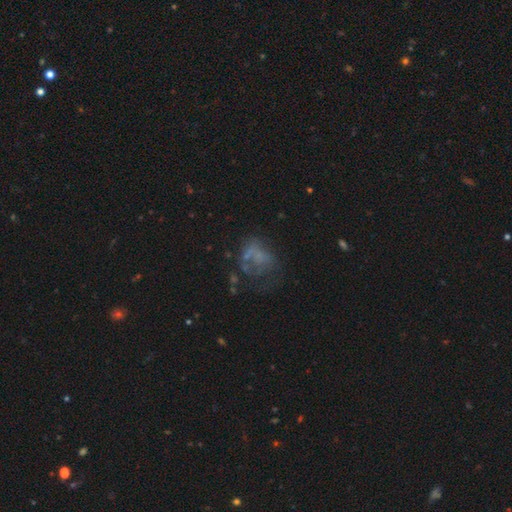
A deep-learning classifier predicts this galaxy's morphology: A featured or disk galaxy (43%).

Vote fractions:
- Smooth or featured? featured or disk: 43% / smooth: 37% / star or artifact: 21%
- Merging? major disturbance: 40% / none: 34% / minor disturbance: 17% / merger: 9%